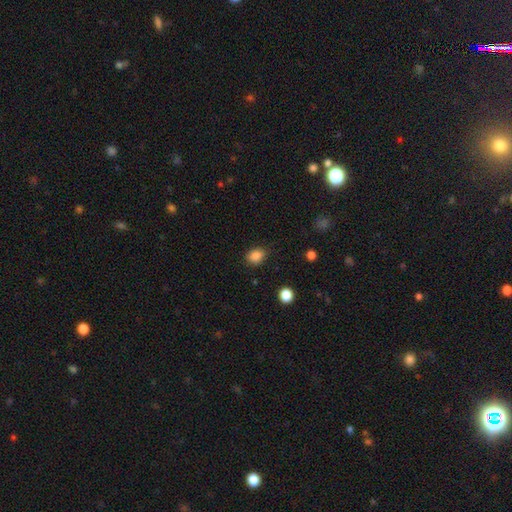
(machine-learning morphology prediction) Overall: smooth (86%). How rounded: in between (54%; round 45%). Merging: none (81%).